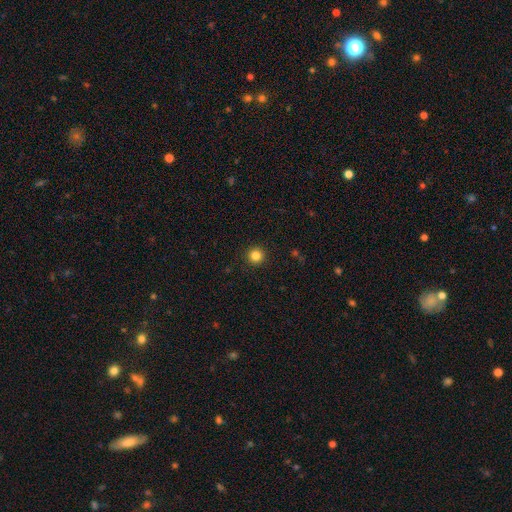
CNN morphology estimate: Smooth or featured: smooth — 83% (star or artifact — 12%)
How rounded: round — 96% (in between — 3%)
Merging: none — 93% (minor disturbance — 4%)